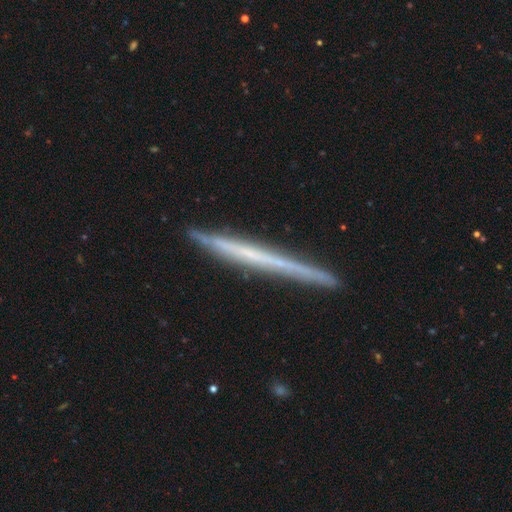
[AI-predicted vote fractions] smooth-or-featured: featured or disk: 62% | smooth: 32% | star or artifact: 6%
  disk-edge-on: yes: 97% | no: 3%
    edge-on-bulge: none: 91% | rounded: 6% | boxy: 3%
  merging: none: 88% | minor disturbance: 9% | major disturbance: 1% | merger: 1%